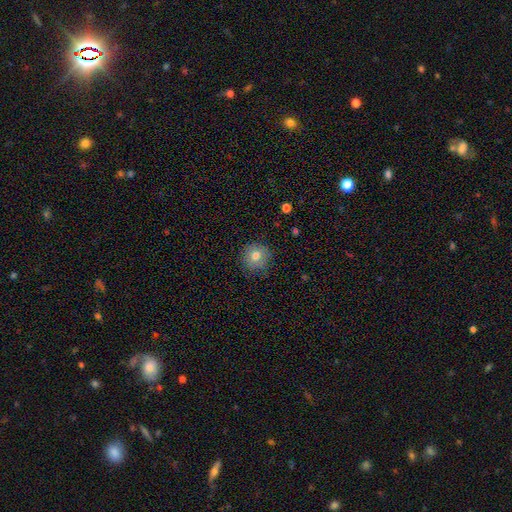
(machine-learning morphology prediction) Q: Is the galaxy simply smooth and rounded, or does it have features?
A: smooth — 76%.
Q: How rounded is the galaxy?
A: round — 93%.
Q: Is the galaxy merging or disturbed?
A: none — 84%.